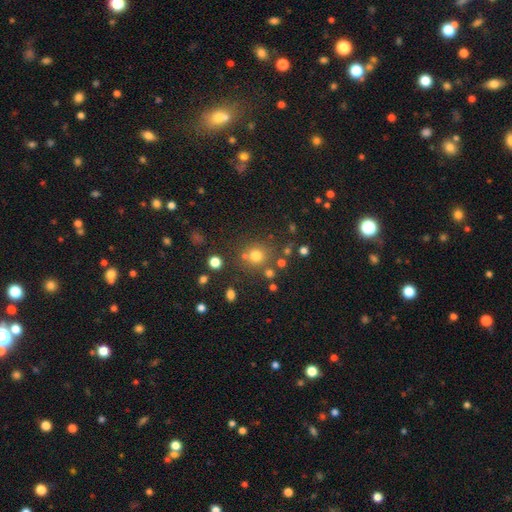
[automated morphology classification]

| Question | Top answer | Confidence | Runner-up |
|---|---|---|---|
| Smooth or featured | smooth | 71% | star or artifact (20%) |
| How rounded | round | 88% | in between (11%) |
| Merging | none | 74% | merger (12%) |